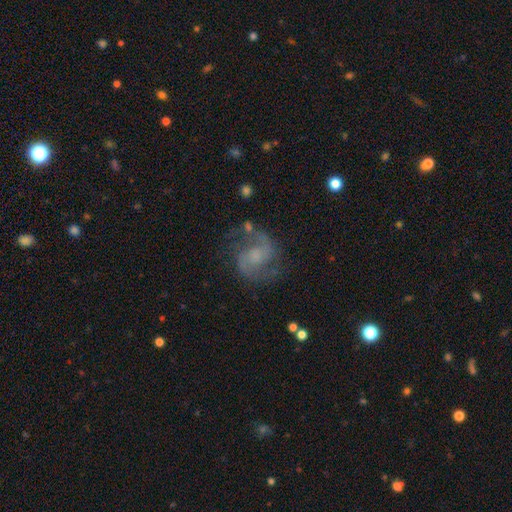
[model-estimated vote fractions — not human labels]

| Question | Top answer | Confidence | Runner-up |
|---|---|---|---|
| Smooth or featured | featured or disk | 86% | smooth (7%) |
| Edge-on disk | no | 98% | yes (2%) |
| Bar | no | 51% | weak (40%) |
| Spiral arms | yes | 97% | no (3%) |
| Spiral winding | medium | 59% | loose (24%) |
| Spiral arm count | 2 | 92% | can't tell (3%) |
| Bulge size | small | 34% | none (31%) |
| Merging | none | 74% | minor disturbance (16%) |